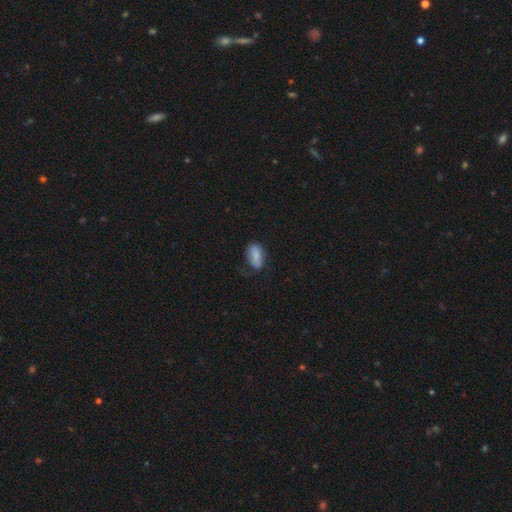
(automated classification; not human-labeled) Morphology: type=smooth (84%); roundness=in between (91%); merging=none (67%).